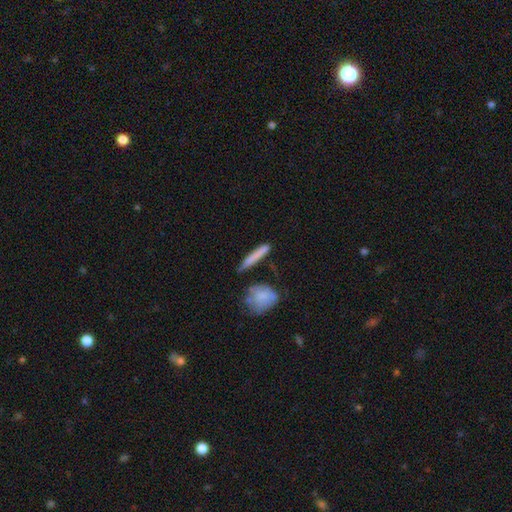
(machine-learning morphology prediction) smooth_or_featured: smooth (p=0.72) [alt: featured or disk p=0.21]
how_rounded: cigar-shaped (p=0.91) [alt: in between p=0.06]
merging: none (p=0.76) [alt: minor disturbance p=0.14]